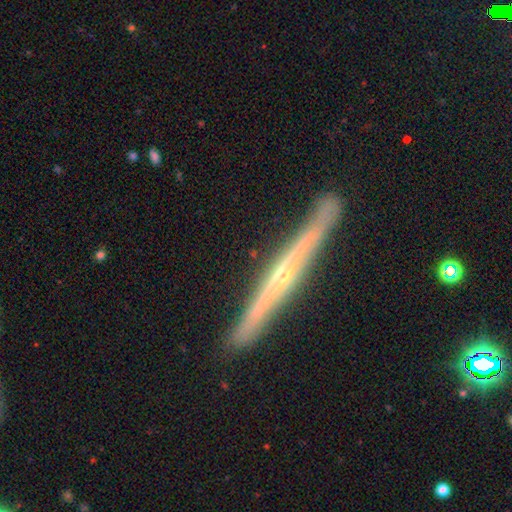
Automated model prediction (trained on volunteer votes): Overall: featured or disk (84%). Edge-on disk: yes (97%). Edge-on bulge: rounded (68%). Merging: none (88%).